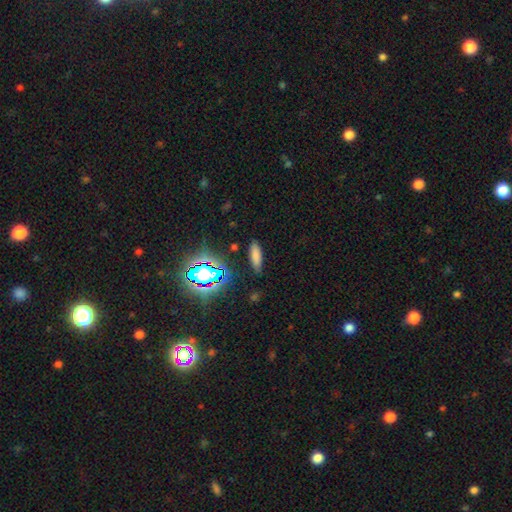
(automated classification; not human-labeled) Smooth or featured?
  - smooth: 72% *
  - star or artifact: 18%
  - featured or disk: 9%
How rounded?
  - cigar-shaped: 51% *
  - in between: 46%
  - round: 3%
Merging?
  - none: 85% *
  - minor disturbance: 10%
  - major disturbance: 3%
  - merger: 2%